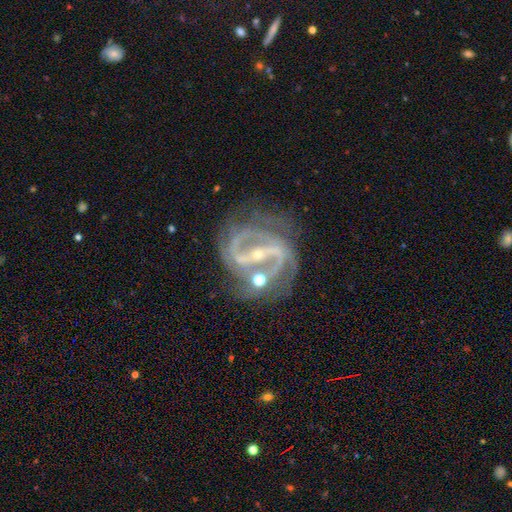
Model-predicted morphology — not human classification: Overall: featured or disk (89%). Edge-on disk: no (96%). Bar: strong (76%). Spiral arms: yes (96%). Spiral arm count: 2 (71%). Spiral winding: medium (48%; tight 34%). Bulge size: small (74%). Merging: none (53%; merger 18%).